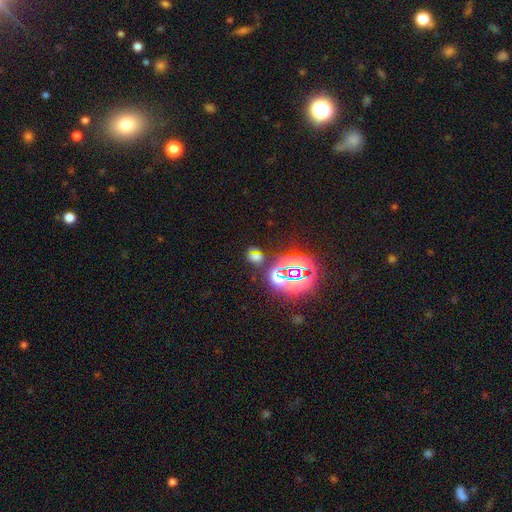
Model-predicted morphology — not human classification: This appears to be a star or artifact, not a galaxy (51%).